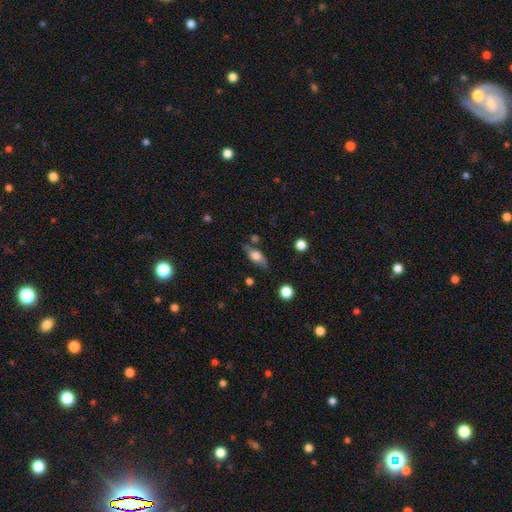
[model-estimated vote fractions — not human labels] smooth_or_featured: smooth (p=0.57) [alt: featured or disk p=0.35]
how_rounded: in between (p=0.70) [alt: cigar-shaped p=0.22]
merging: none (p=0.70) [alt: minor disturbance p=0.19]